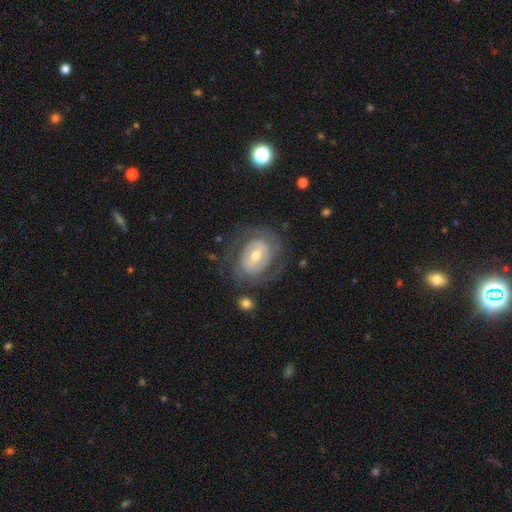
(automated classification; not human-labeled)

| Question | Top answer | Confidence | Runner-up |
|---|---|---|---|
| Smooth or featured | featured or disk | 75% | smooth (19%) |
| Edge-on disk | no | 96% | yes (4%) |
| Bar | weak | 43% | no (29%) |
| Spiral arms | yes | 65% | no (35%) |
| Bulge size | moderate | 66% | small (27%) |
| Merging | none | 69% | minor disturbance (16%) |